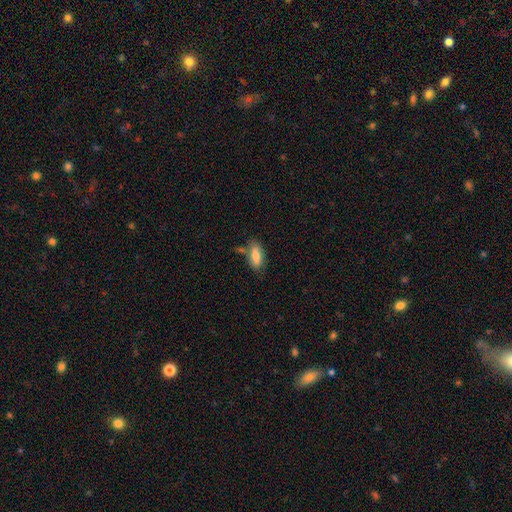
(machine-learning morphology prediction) This is likely a smooth galaxy (78%). How rounded: likely in between (79%). Merging: likely none (62%).